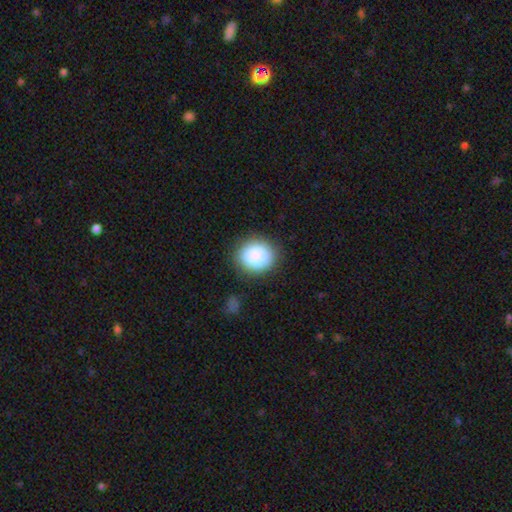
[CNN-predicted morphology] smooth_or_featured: smooth (p=0.86) [alt: star or artifact p=0.07]
how_rounded: round (p=0.78) [alt: in between p=0.21]
merging: none (p=0.82) [alt: minor disturbance p=0.12]